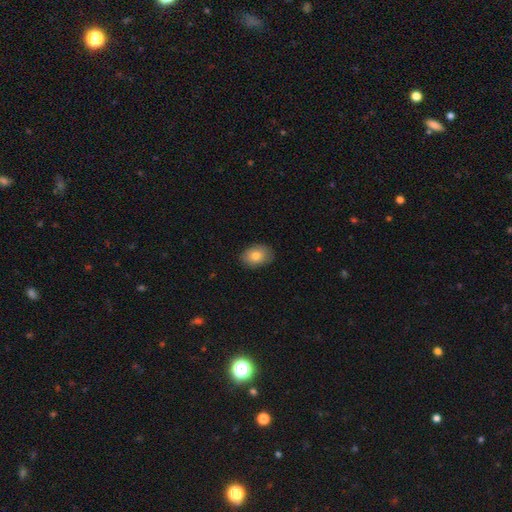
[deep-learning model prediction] Smooth or featured: smooth — 80% (featured or disk — 13%)
How rounded: in between — 78% (round — 21%)
Merging: none — 84% (minor disturbance — 12%)